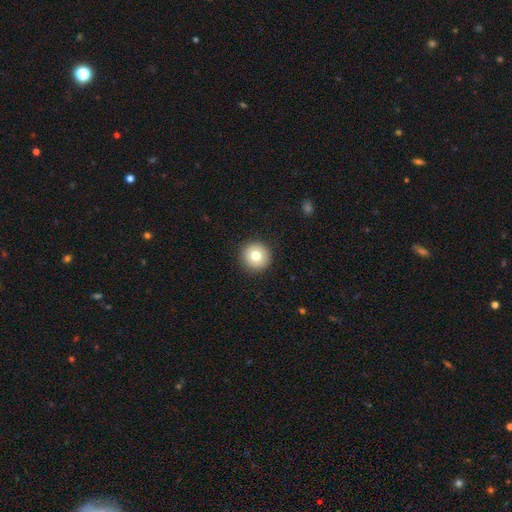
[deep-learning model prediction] Smooth or featured? smooth (76%)
How rounded? round (96%)
Merging? none (92%)